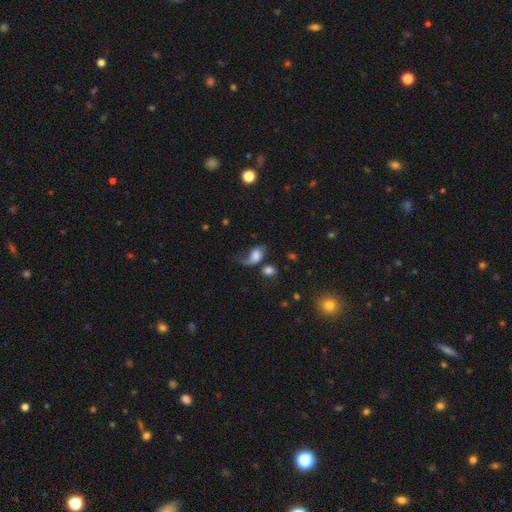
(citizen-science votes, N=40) Morphology: type=featured or disk (50%); edge-on=no (90%); bar=no (61%); spiral arms=yes (83%); winding=loose (73%); arm count=1 (53%); bulge=large (33%, tied with moderate); merging=major disturbance (43%).